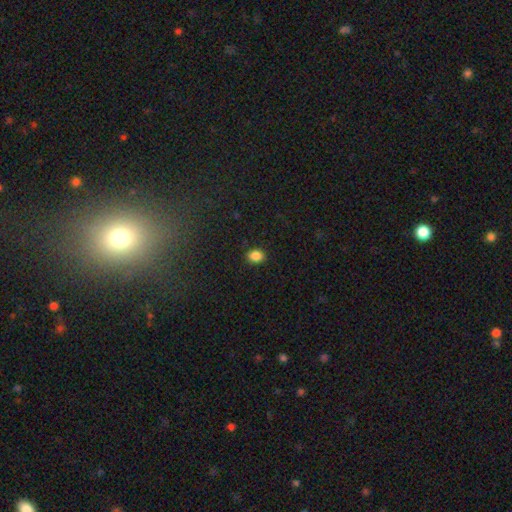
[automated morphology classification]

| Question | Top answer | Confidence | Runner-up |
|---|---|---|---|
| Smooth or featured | smooth | 87% | star or artifact (10%) |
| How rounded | in between | 58% | round (41%) |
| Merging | none | 89% | minor disturbance (8%) |